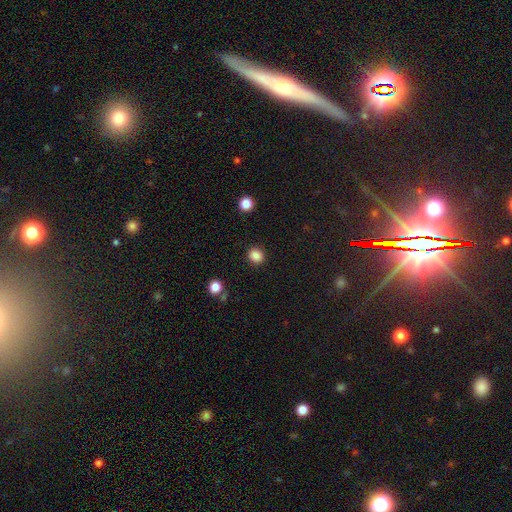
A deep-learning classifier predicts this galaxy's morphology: Smooth or featured?
  - smooth: 86% *
  - star or artifact: 11%
  - featured or disk: 3%
How rounded?
  - round: 79% *
  - in between: 20%
  - cigar-shaped: 1%
Merging?
  - none: 90% *
  - minor disturbance: 6%
  - major disturbance: 2%
  - merger: 1%